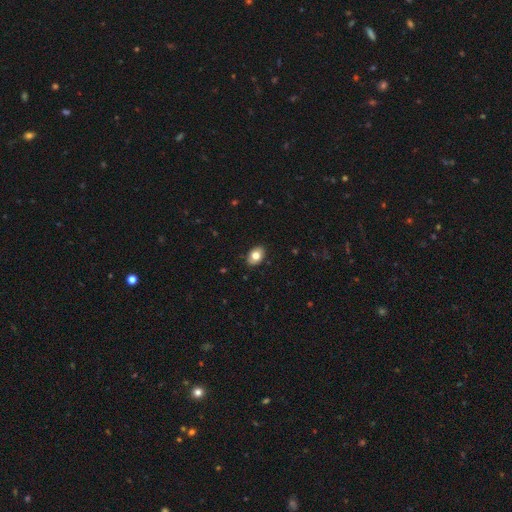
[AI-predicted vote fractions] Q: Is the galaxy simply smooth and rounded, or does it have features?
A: smooth — 80%.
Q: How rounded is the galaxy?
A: in between — 84%.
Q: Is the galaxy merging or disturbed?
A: none — 88%.